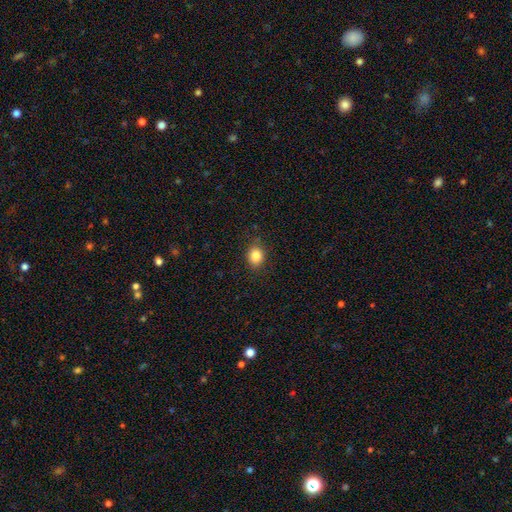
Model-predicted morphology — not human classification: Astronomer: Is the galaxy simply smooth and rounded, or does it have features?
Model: smooth — 84%.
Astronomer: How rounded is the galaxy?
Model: round — 59% (runner-up: in between, 41%).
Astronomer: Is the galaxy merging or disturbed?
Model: none — 86%.